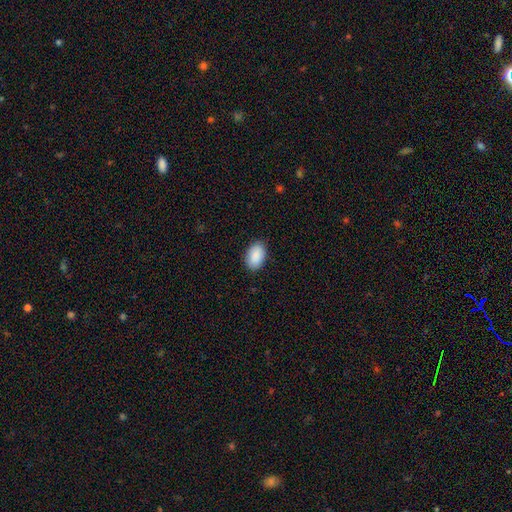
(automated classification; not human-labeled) The model was most divided on "merging": none: 87%, minor disturbance: 10%, major disturbance: 2%, merger: 1%. More confident: how rounded — in between (92%); smooth or featured — smooth (91%).